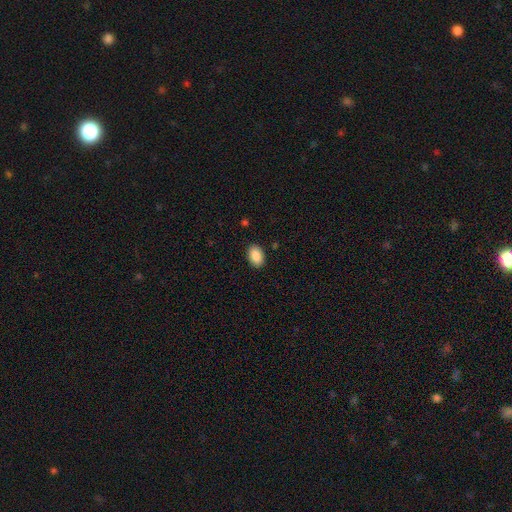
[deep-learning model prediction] A smooth galaxy with no disk features (89%) that is in between round and cigar-shaped (90%). Merging: none (89%).